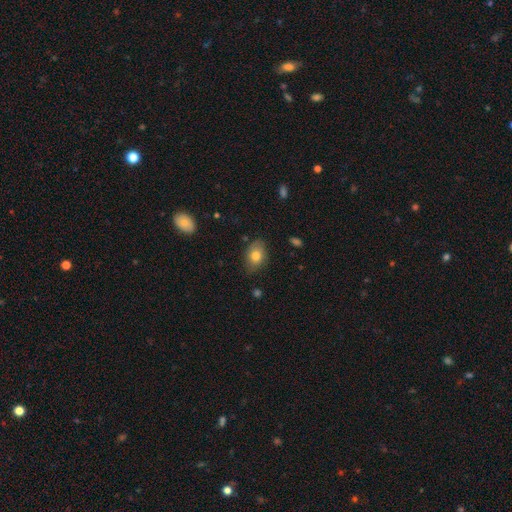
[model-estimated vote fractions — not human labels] smooth 78%, featured or disk 14%, star or artifact 8%. Down the decision tree: how rounded — in between (79%); merging — none (78%).